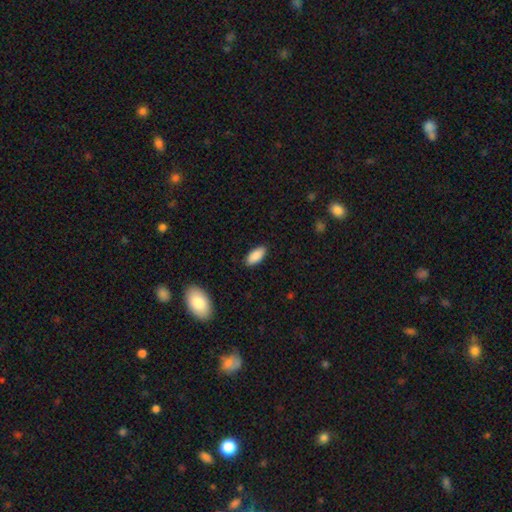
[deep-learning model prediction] Overall: smooth (89%). How rounded: in between (90%). Merging: none (88%).